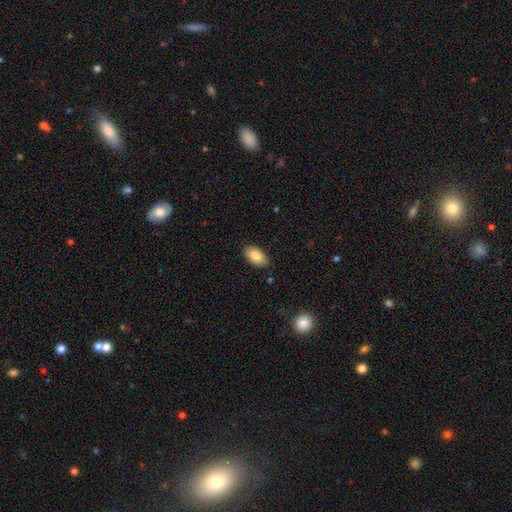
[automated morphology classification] Overall: smooth (85%). How rounded: in between (94%). Merging: none (87%).